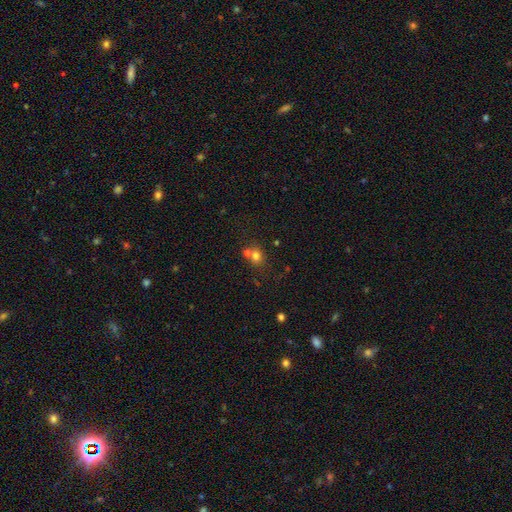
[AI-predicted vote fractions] smooth 72%, star or artifact 17%, featured or disk 11%. Down the decision tree: how rounded — round (71%); merging — none (50%).